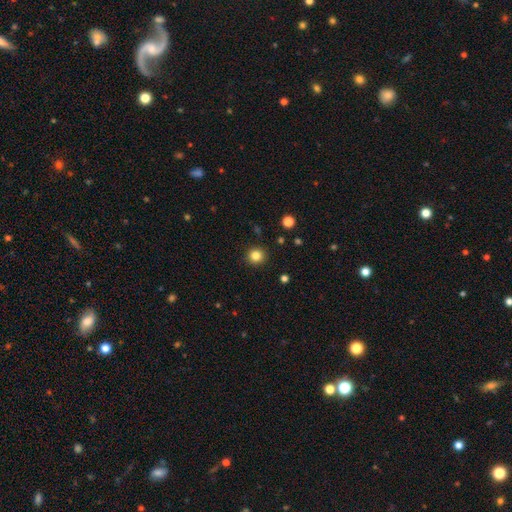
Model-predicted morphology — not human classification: This appears to be a smooth galaxy with no disk features (83%) that is round (93%). Merging: none (92%).